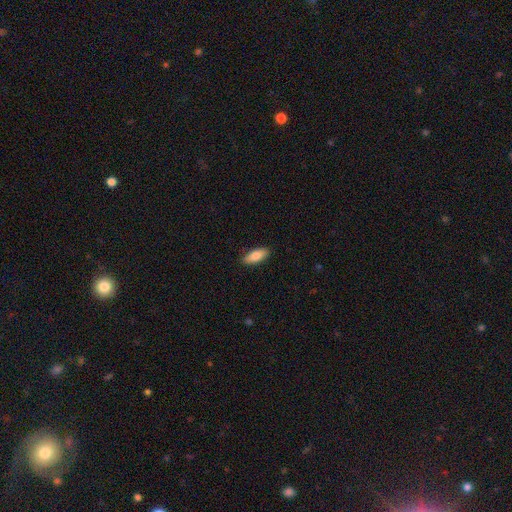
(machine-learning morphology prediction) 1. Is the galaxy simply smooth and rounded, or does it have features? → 84% smooth, 10% featured or disk, 6% star or artifact.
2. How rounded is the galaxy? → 79% in between, 19% cigar-shaped, 2% round.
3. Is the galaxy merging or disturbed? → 89% none, 8% minor disturbance, 2% major disturbance, 1% merger.